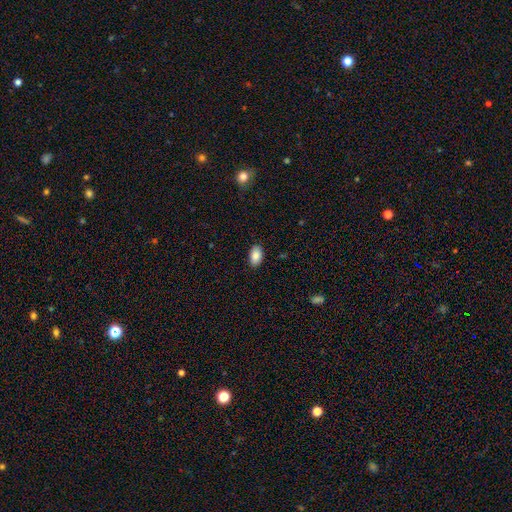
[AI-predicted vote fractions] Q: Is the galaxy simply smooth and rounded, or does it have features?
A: smooth — 88%.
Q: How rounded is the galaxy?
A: in between — 92%.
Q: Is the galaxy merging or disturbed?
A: none — 88%.